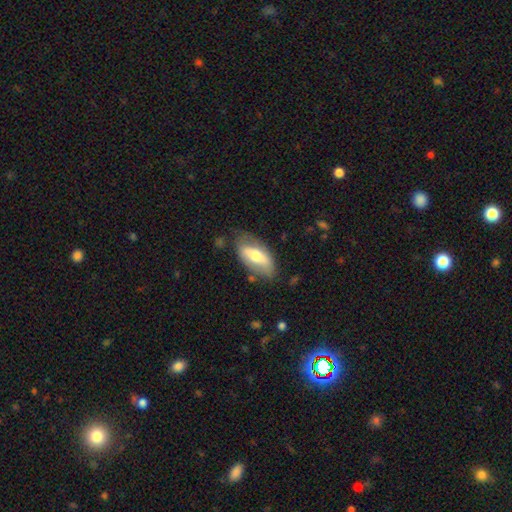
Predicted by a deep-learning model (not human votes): smooth_or_featured: smooth (p=0.55) [alt: featured or disk p=0.38]
how_rounded: in between (p=0.87) [alt: cigar-shaped p=0.10]
merging: none (p=0.65) [alt: minor disturbance p=0.24]